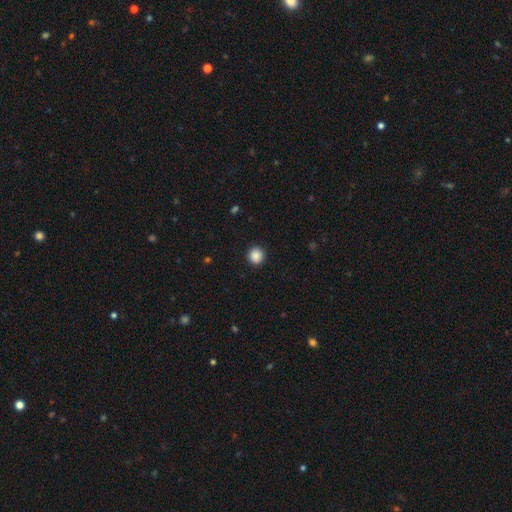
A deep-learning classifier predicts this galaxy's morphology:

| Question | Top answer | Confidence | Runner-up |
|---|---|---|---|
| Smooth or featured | smooth | 88% | star or artifact (9%) |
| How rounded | round | 93% | in between (6%) |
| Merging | none | 91% | minor disturbance (6%) |